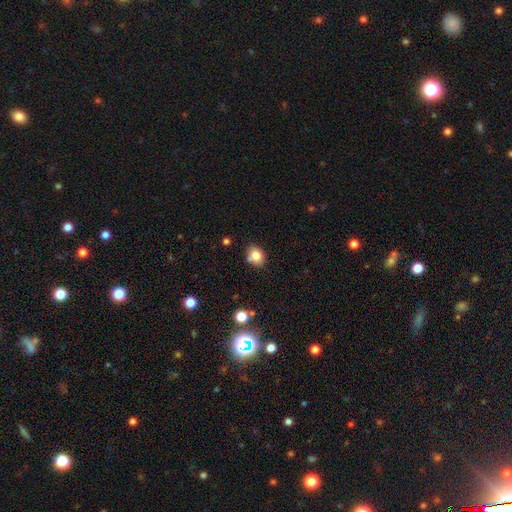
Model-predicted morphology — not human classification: smooth_or_featured: smooth (p=0.80) [alt: star or artifact p=0.11]
how_rounded: round (p=0.54) [alt: in between p=0.45]
merging: none (p=0.73) [alt: minor disturbance p=0.15]